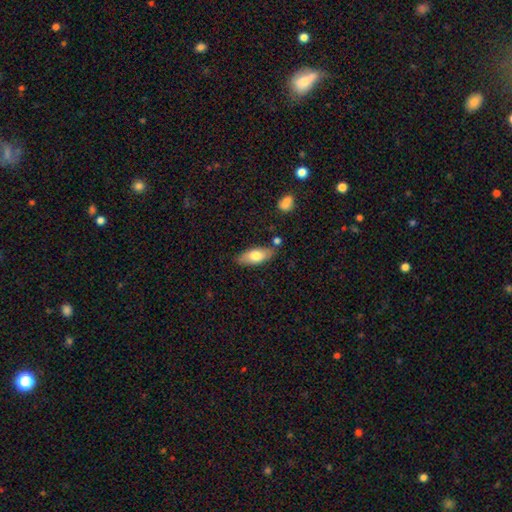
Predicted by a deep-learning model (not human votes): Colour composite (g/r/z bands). It shows a smooth galaxy with no disk features (72%) that is in between round and cigar-shaped (81%). Merging: none (78%).